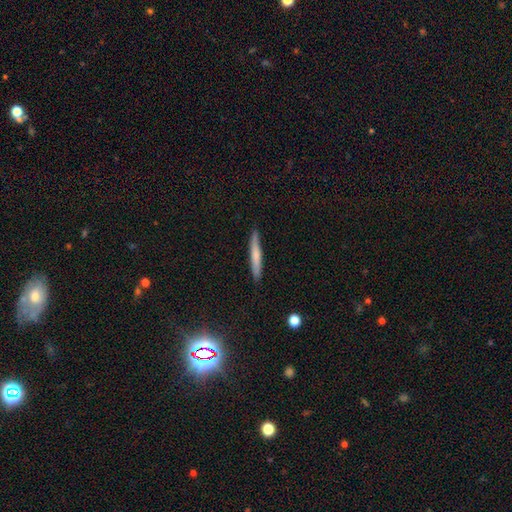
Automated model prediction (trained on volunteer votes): smooth_or_featured: smooth (p=0.64) [alt: featured or disk p=0.29]
how_rounded: cigar-shaped (p=0.95) [alt: in between p=0.04]
merging: none (p=0.87) [alt: minor disturbance p=0.10]